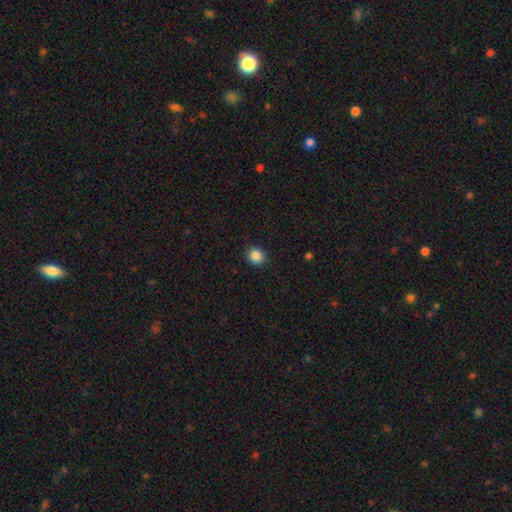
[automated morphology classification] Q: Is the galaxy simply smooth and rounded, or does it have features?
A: smooth — 87%.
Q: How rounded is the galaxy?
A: round — 86%.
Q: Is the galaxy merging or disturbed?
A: none — 90%.